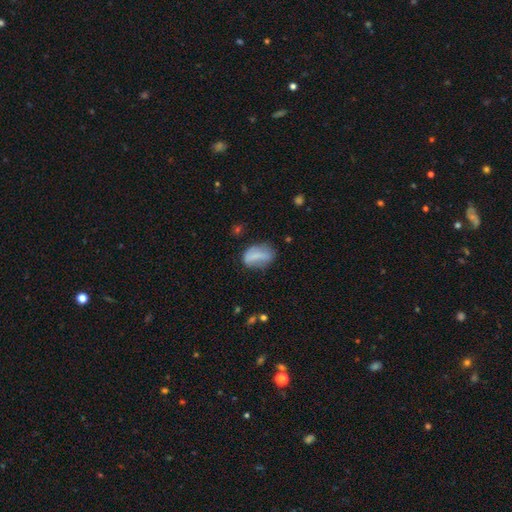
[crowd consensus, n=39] Smooth or featured?
  - smooth: 74% *
  - featured or disk: 15%
  - star or artifact: 10%
How rounded?
  - in between: 97% *
  - round: 3%
  - cigar-shaped: 0%
Merging?
  - none: 63% *
  - minor disturbance: 20%
  - major disturbance: 14%
  - merger: 3%